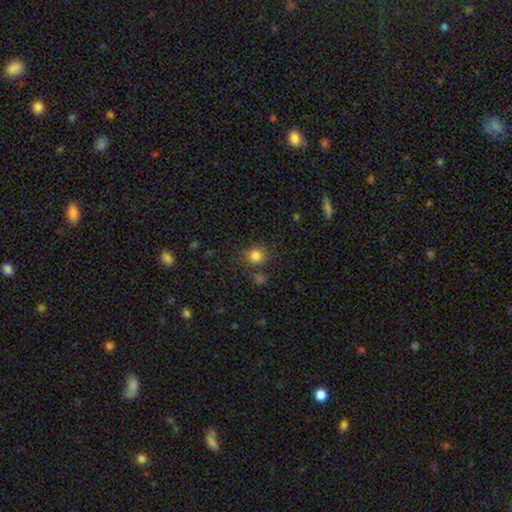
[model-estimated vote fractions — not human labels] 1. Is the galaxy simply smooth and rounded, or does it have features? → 83% smooth, 12% star or artifact, 6% featured or disk.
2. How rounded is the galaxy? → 79% round, 20% in between, 1% cigar-shaped.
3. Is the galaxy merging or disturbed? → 78% none, 11% minor disturbance, 7% merger, 4% major disturbance.